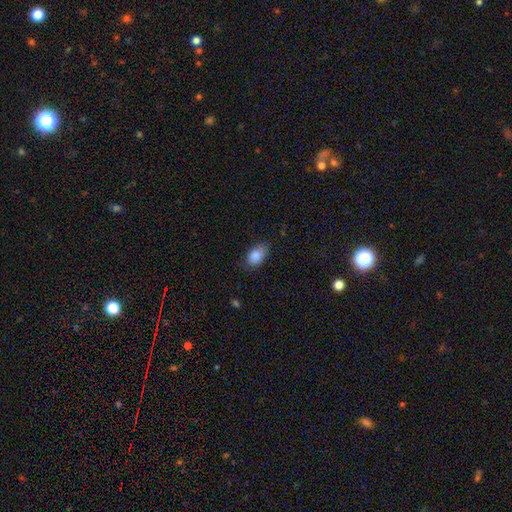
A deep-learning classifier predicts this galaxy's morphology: smooth_or_featured: smooth (p=0.86) [alt: star or artifact p=0.08]
how_rounded: in between (p=0.87) [alt: round p=0.11]
merging: none (p=0.68) [alt: minor disturbance p=0.26]